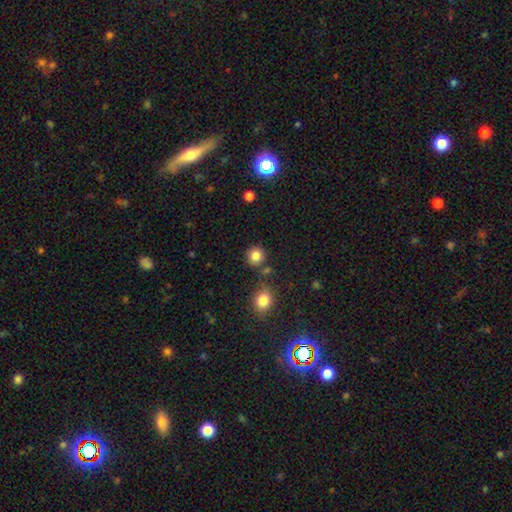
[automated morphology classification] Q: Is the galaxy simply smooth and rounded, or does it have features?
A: smooth — 84%.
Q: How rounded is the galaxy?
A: round — 90%.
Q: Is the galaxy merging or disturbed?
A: none — 82%.